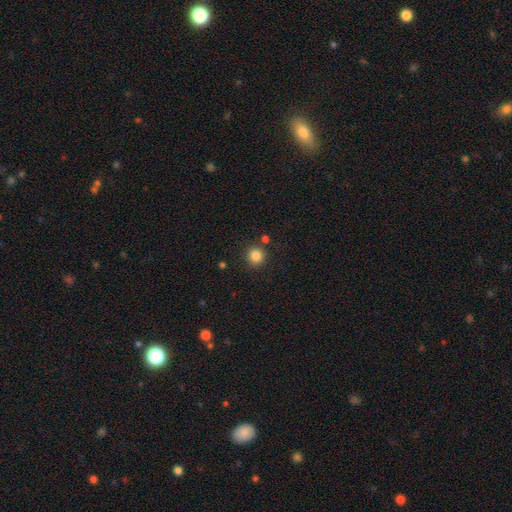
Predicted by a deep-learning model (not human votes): A smooth galaxy with no disk features (84%) that is round (94%). Merging: none (85%).